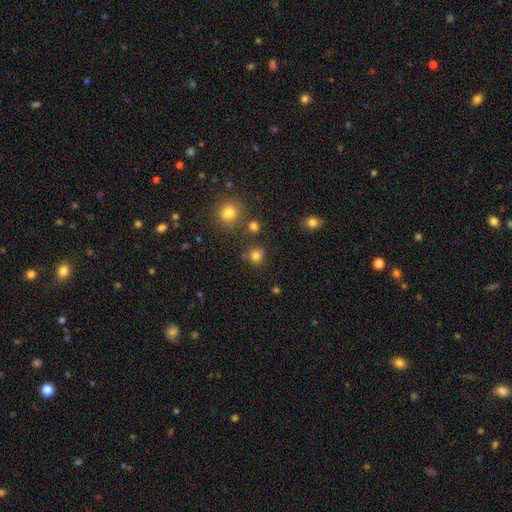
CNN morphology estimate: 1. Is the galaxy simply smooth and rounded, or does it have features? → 78% smooth, 16% star or artifact, 6% featured or disk.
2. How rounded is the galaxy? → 83% round, 16% in between, 1% cigar-shaped.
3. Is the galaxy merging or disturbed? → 72% none, 14% minor disturbance, 9% merger, 5% major disturbance.